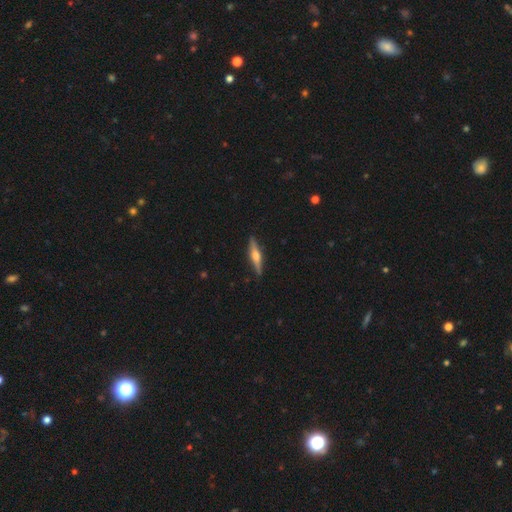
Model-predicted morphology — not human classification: This appears to be a featured or disk galaxy (69%) viewed edge-on (97%) with a rounded central bulge (91%). Merging: none (90%).